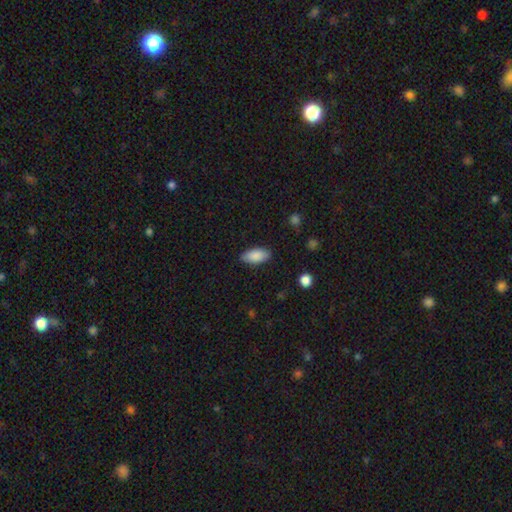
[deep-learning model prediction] Q: Smooth or featured?
A: smooth (87%); runner-up: featured or disk (7%)
Q: How rounded?
A: in between (89%); runner-up: cigar-shaped (9%)
Q: Merging?
A: none (86%); runner-up: minor disturbance (10%)